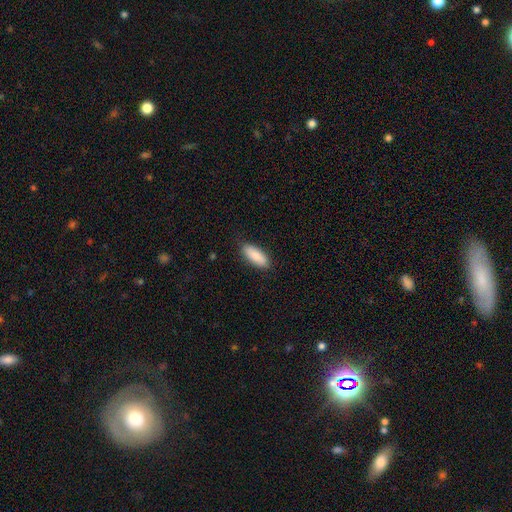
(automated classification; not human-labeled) A smooth galaxy with no disk features (87%) that is in between round and cigar-shaped (73%).

Vote fractions:
- Smooth or featured? smooth: 87% / featured or disk: 7% / star or artifact: 6%
- How rounded? in between: 73% / cigar-shaped: 26% / round: 2%
- Merging? none: 86% / minor disturbance: 11% / major disturbance: 2% / merger: 1%